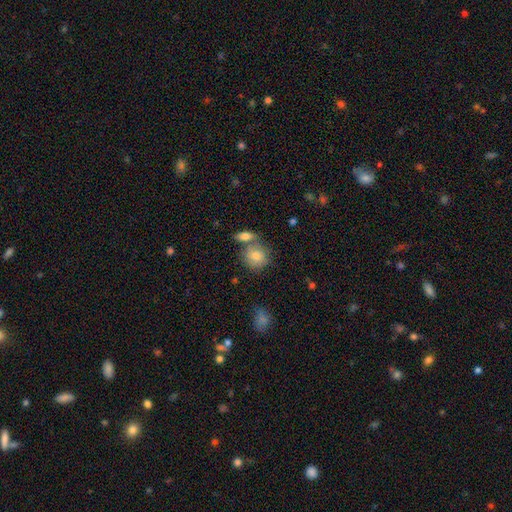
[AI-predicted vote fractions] Smooth or featured: smooth — 76% (featured or disk — 15%)
How rounded: round — 78% (in between — 20%)
Merging: none — 55% (merger — 30%)